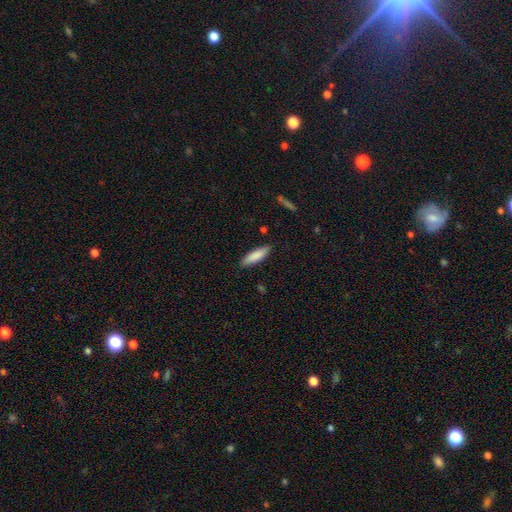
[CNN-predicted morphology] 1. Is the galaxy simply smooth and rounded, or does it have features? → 85% smooth, 9% featured or disk, 6% star or artifact.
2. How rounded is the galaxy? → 64% cigar-shaped, 34% in between, 1% round.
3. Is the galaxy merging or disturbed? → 86% none, 10% minor disturbance, 2% major disturbance, 1% merger.